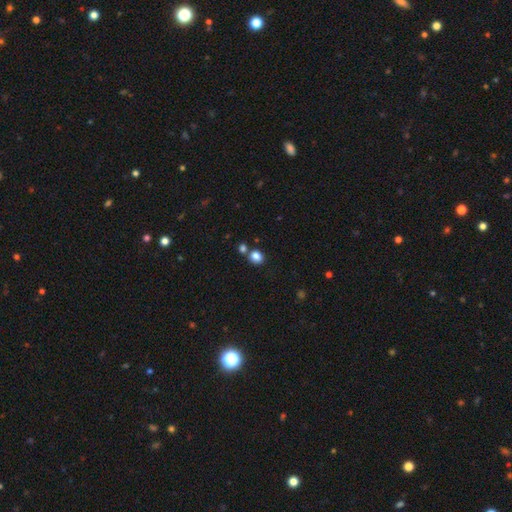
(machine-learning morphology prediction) Q: Smooth or featured?
A: smooth (84%); runner-up: star or artifact (11%)
Q: How rounded?
A: round (64%); runner-up: in between (35%)
Q: Merging?
A: none (68%); runner-up: merger (20%)